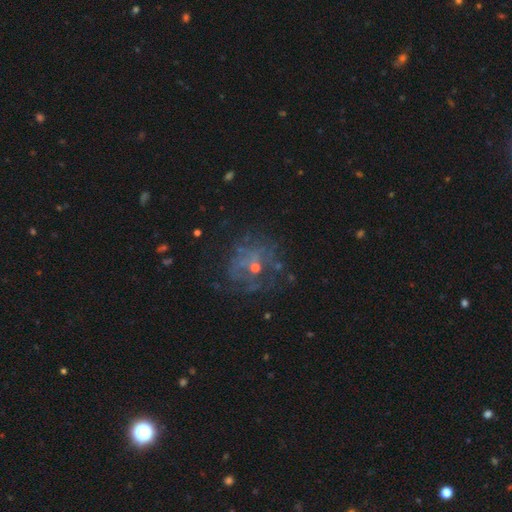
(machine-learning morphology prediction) This appears to be a featured or disk galaxy (49%). Merging: none (65%).